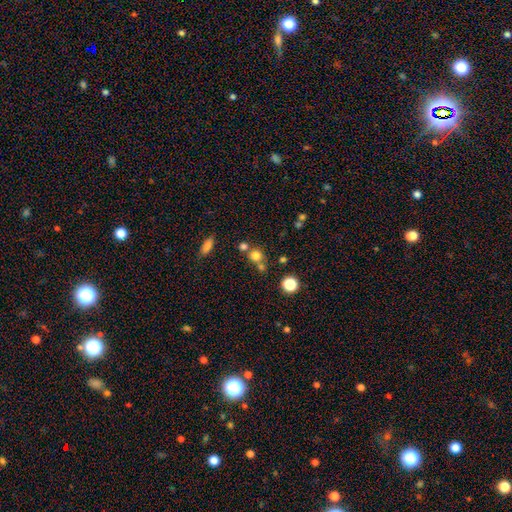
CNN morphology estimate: The model was most divided on "merging": none: 54%, merger: 35%, minor disturbance: 8%, major disturbance: 4%. More confident: how rounded — round (87%); smooth or featured — smooth (75%).